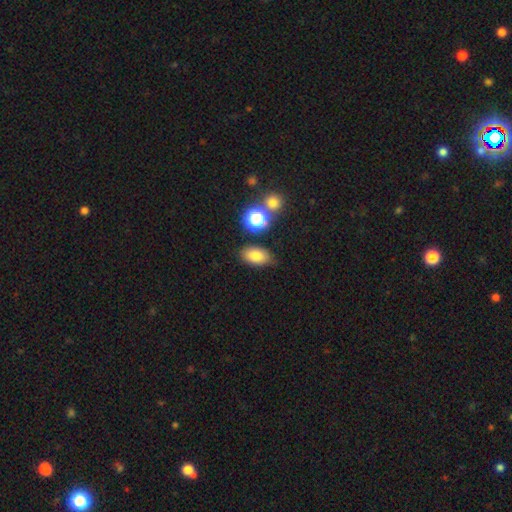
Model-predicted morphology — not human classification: Smooth or featured? Predicted: smooth (p=0.79). How rounded? Predicted: in between (p=0.89). Merging? Predicted: none (p=0.78).